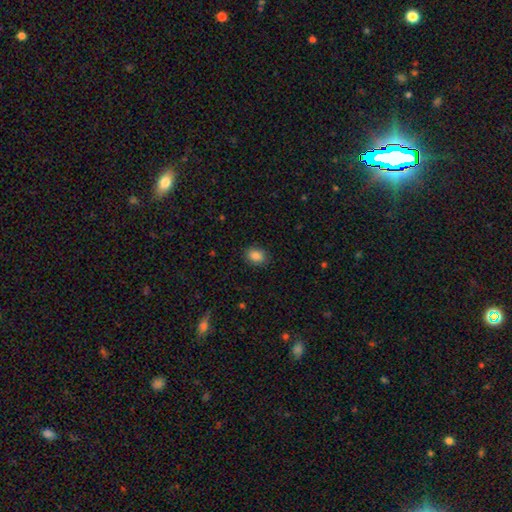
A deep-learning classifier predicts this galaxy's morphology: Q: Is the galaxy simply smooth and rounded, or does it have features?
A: smooth — 87%.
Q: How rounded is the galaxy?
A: in between — 64%.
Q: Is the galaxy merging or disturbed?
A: none — 87%.